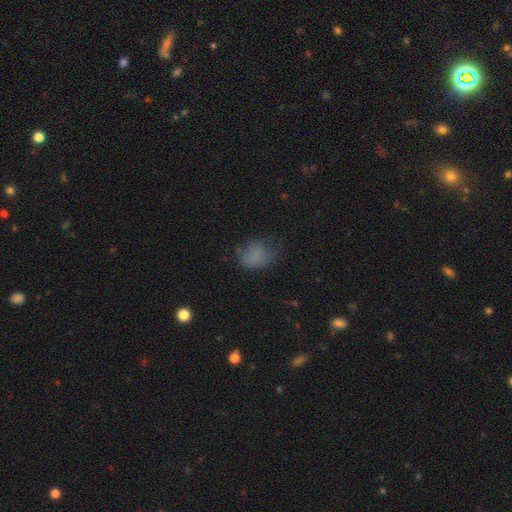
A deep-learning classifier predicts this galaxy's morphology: smooth_or_featured: smooth (p=0.73) [alt: star or artifact p=0.15]
how_rounded: in between (p=0.65) [alt: round p=0.34]
merging: none (p=0.49) [alt: minor disturbance p=0.30]